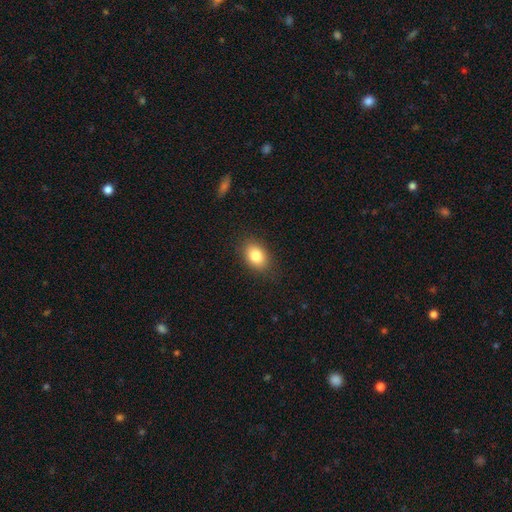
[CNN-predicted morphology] Smooth or featured? smooth (84%)
How rounded? in between (78%)
Merging? none (85%)